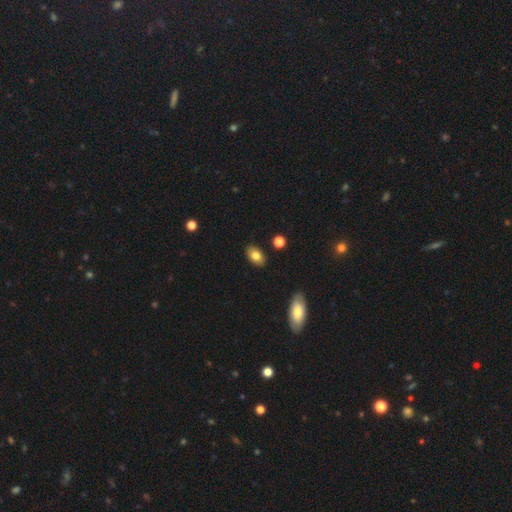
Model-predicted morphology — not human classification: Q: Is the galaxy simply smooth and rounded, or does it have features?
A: smooth — 81%.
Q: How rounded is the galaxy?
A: in between — 89%.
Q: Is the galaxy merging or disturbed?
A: none — 87%.